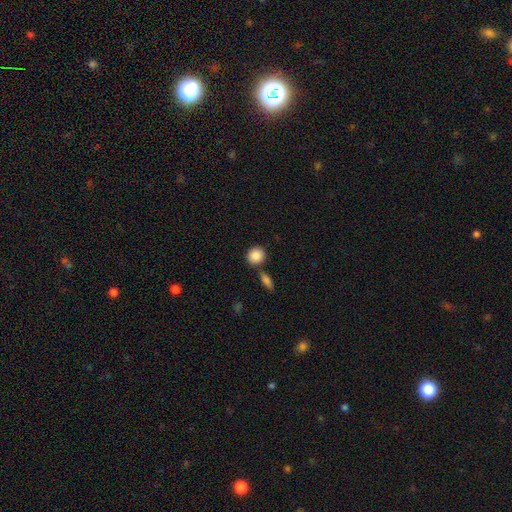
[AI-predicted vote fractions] smooth-or-featured: smooth: 87% | star or artifact: 7% | featured or disk: 6%
  how-rounded: round: 84% | in between: 15% | cigar-shaped: 1%
  merging: none: 77% | merger: 12% | minor disturbance: 9% | major disturbance: 3%